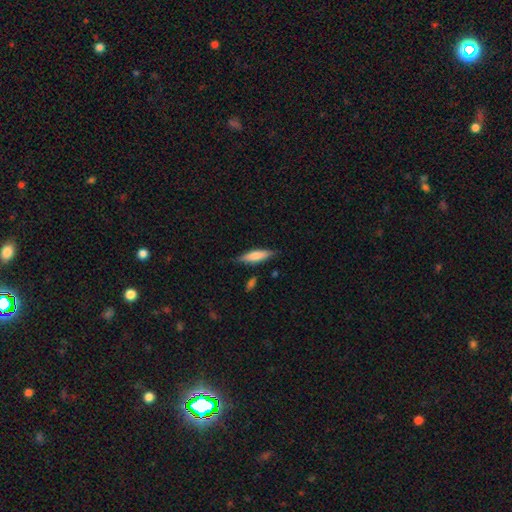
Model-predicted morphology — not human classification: Smooth or featured? Predicted: smooth (p=0.69). How rounded? Predicted: cigar-shaped (p=0.65). Merging? Predicted: none (p=0.79).